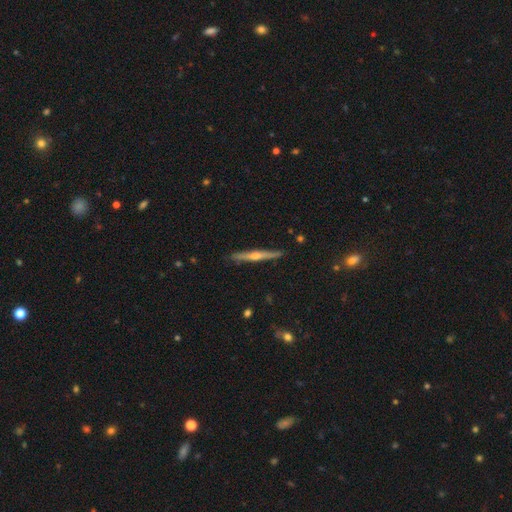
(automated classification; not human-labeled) smooth_or_featured: featured or disk (p=0.71) [alt: smooth p=0.23]
disk_edge_on: yes (p=0.98) [alt: no p=0.02]
edge_on_bulge: rounded (p=0.83) [alt: none p=0.12]
merging: none (p=0.90) [alt: minor disturbance p=0.07]